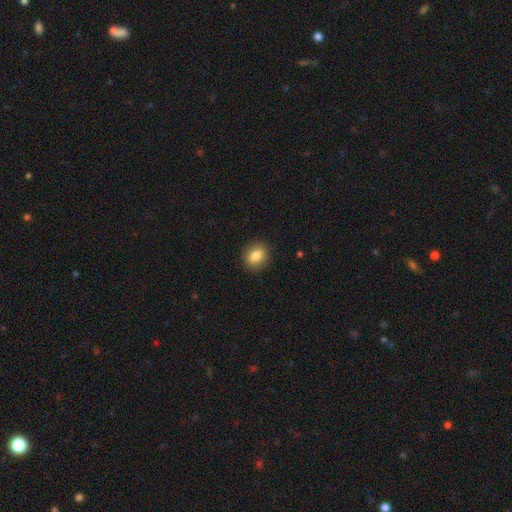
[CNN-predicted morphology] A smooth galaxy with no disk features (83%) that is round (60%).

Vote fractions:
- Smooth or featured? smooth: 83% / star or artifact: 9% / featured or disk: 8%
- How rounded? round: 60% / in between: 39% / cigar-shaped: 1%
- Merging? none: 89% / minor disturbance: 8% / major disturbance: 2% / merger: 1%